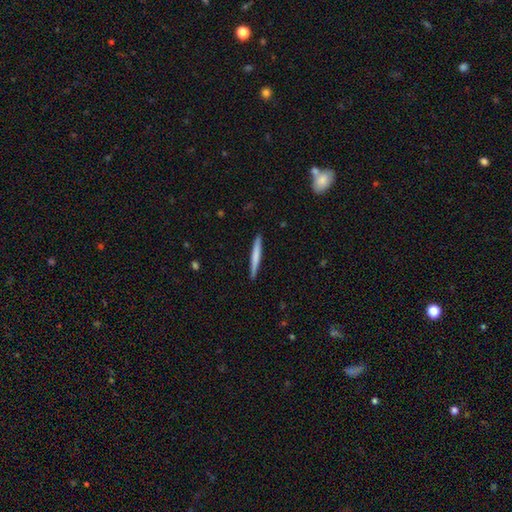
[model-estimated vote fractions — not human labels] Smooth or featured?
  - smooth: 66% *
  - featured or disk: 30%
  - star or artifact: 5%
How rounded?
  - cigar-shaped: 96% *
  - in between: 2%
  - round: 1%
Merging?
  - none: 91% *
  - minor disturbance: 7%
  - major disturbance: 1%
  - merger: 1%